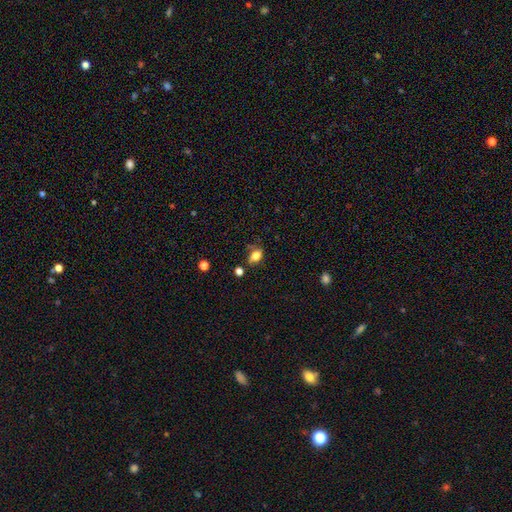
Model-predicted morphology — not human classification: Smooth or featured? smooth (79%)
How rounded? in between (81%)
Merging? none (62%)